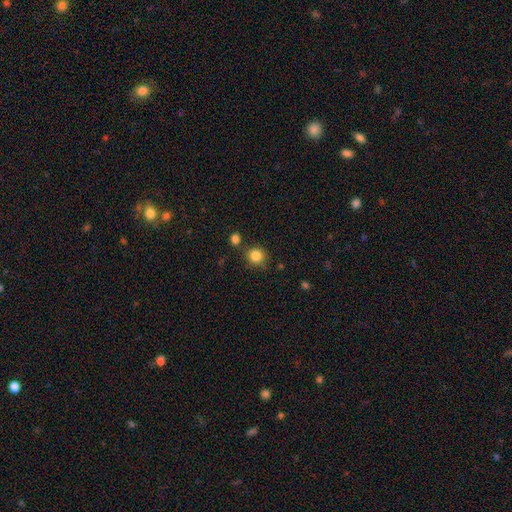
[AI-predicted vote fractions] Smooth or featured? Predicted: smooth (p=0.84). How rounded? Predicted: round (p=0.89). Merging? Predicted: none (p=0.77).